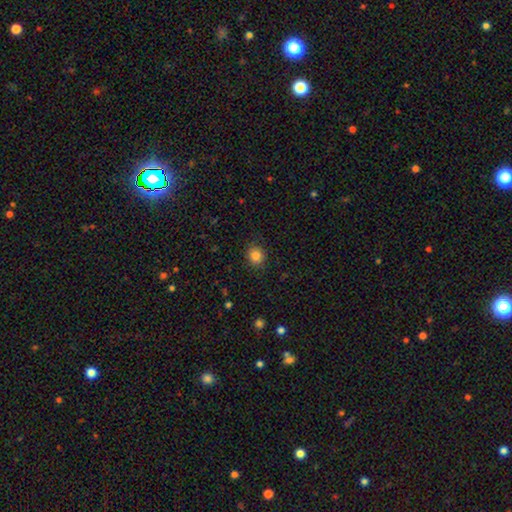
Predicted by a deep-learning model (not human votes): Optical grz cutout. It shows a smooth galaxy with no disk features (84%) that is round (73%). Merging: none (88%).